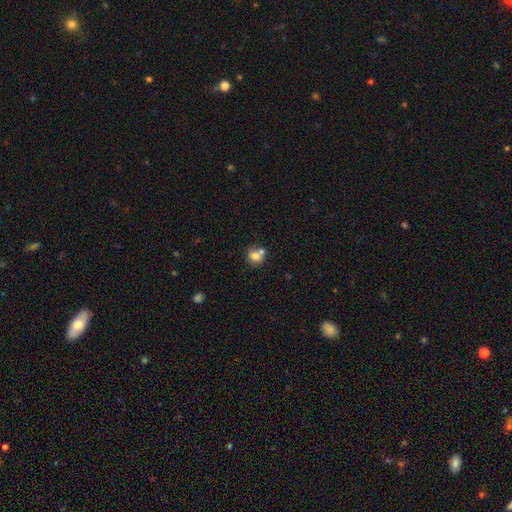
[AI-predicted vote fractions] This is likely a smooth galaxy (76%). How rounded: likely round (79%). Merging: possibly none (45%).